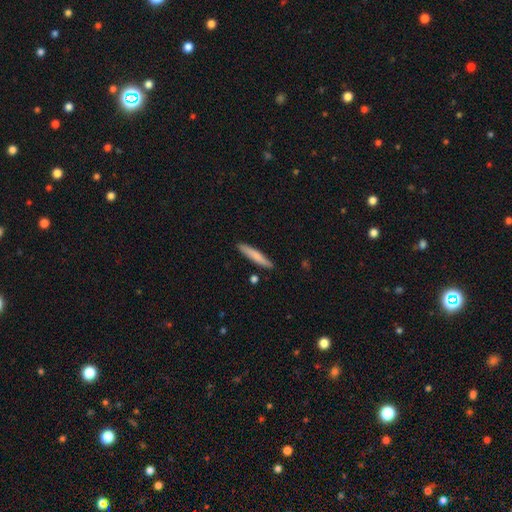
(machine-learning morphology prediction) smooth-or-featured: smooth: 76% | featured or disk: 19% | star or artifact: 6%
  how-rounded: cigar-shaped: 92% | in between: 7% | round: 1%
  merging: none: 87% | minor disturbance: 9% | merger: 2% | major disturbance: 2%